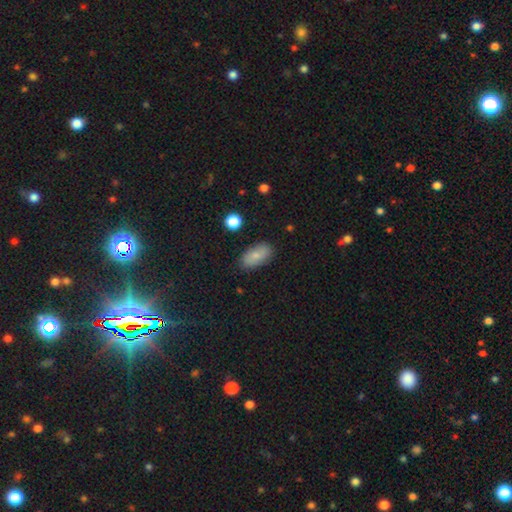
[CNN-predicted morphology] Smooth or featured? Predicted: smooth (p=0.77). How rounded? Predicted: in between (p=0.92). Merging? Predicted: none (p=0.83).